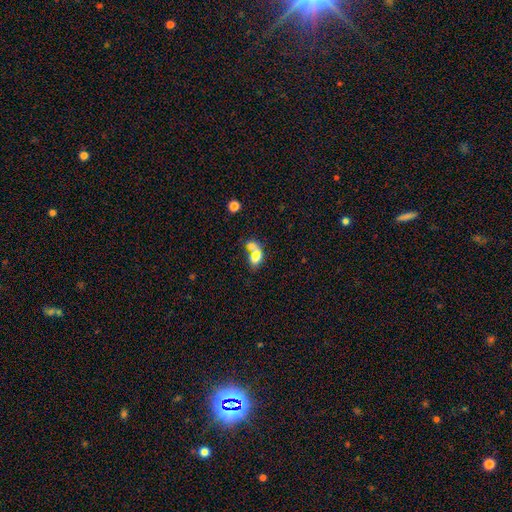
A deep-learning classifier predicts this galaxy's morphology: Q: Smooth or featured?
A: smooth (71%); runner-up: featured or disk (19%)
Q: How rounded?
A: in between (78%); runner-up: round (19%)
Q: Merging?
A: merger (60%); runner-up: none (23%)